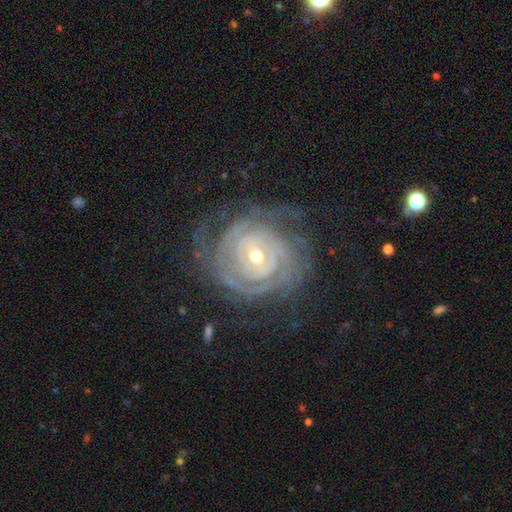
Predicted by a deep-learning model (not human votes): Smooth or featured?
  - featured or disk: 89% *
  - star or artifact: 6%
  - smooth: 5%
Edge-on disk?
  - no: 97% *
  - yes: 3%
Bar?
  - no: 52% *
  - weak: 30%
  - strong: 17%
Spiral arms?
  - yes: 97% *
  - no: 3%
Spiral winding?
  - tight: 85% *
  - medium: 12%
  - loose: 3%
Spiral arm count?
  - can't tell: 28% *
  - 2: 19%
  - 3: 19%
  - 4: 16%
  - more than 4: 11%
  - 1: 7%
Bulge size?
  - small: 52% *
  - moderate: 45%
  - large: 2%
  - none: 1%
  - dominant: 1%
Merging?
  - none: 72% *
  - minor disturbance: 17%
  - major disturbance: 10%
  - merger: 1%